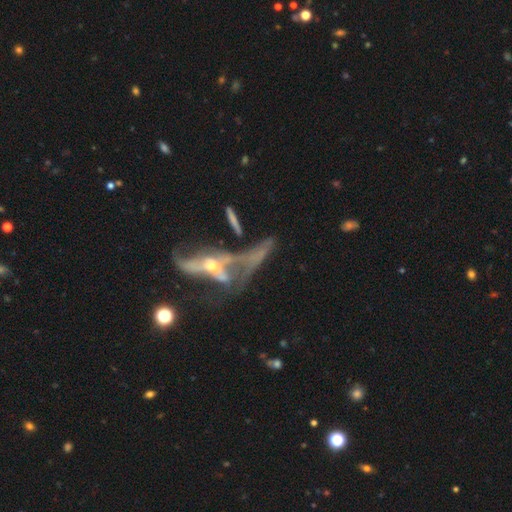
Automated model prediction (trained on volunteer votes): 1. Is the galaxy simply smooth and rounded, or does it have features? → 69% featured or disk, 20% smooth, 12% star or artifact.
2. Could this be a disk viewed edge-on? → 70% no, 30% yes.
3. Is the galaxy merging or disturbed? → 40% merger, 29% major disturbance, 20% none, 11% minor disturbance.